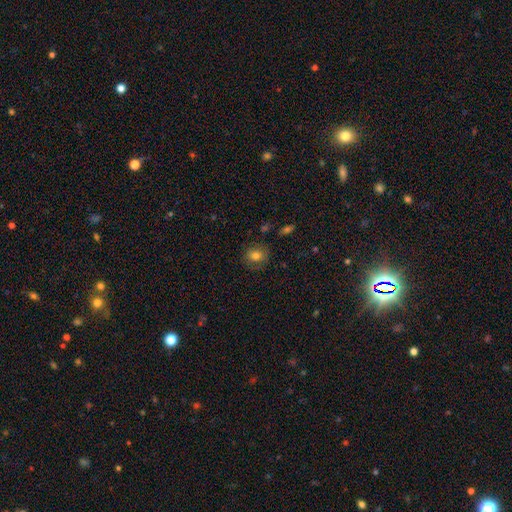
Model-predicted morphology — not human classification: Q: Smooth or featured?
A: smooth (75%); runner-up: featured or disk (14%)
Q: How rounded?
A: round (69%); runner-up: in between (29%)
Q: Merging?
A: none (80%); runner-up: minor disturbance (14%)